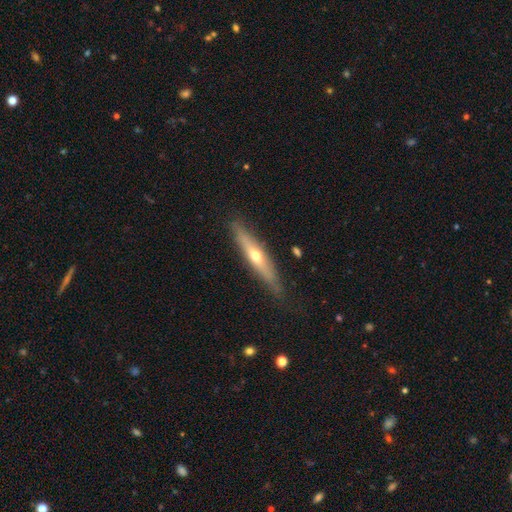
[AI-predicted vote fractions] A featured or disk galaxy (57%) viewed edge-on (88%) with a rounded central bulge (84%).

Vote fractions:
- Smooth or featured? featured or disk: 57% / smooth: 37% / star or artifact: 6%
- Edge-on disk? yes: 88% / no: 12%
- Edge-on bulge? rounded: 84% / none: 13% / boxy: 2%
- Merging? none: 84% / minor disturbance: 12% / major disturbance: 3% / merger: 1%